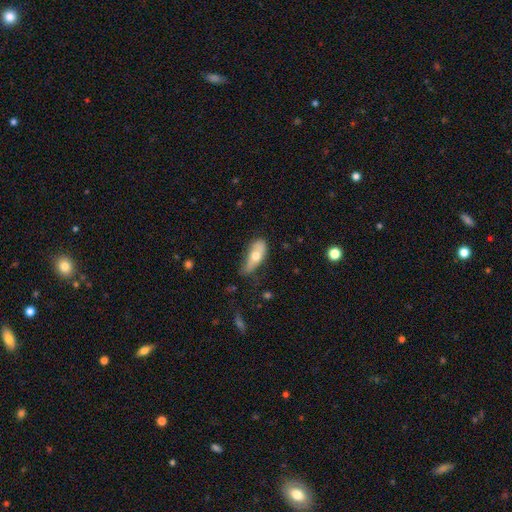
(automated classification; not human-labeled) The model was most divided on "merging": none: 41%, minor disturbance: 38%, major disturbance: 17%, merger: 4%. More confident: how rounded — in between (72%); smooth or featured — smooth (63%).